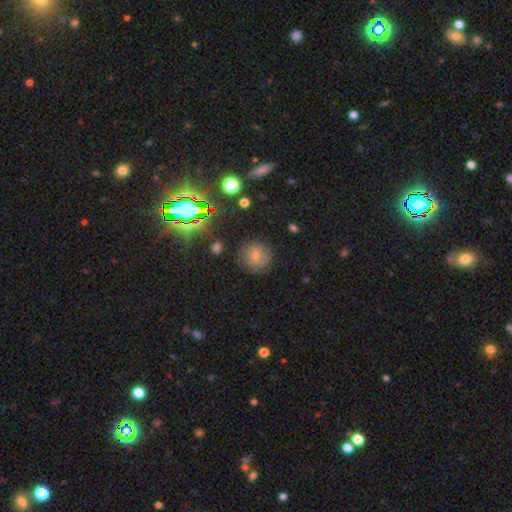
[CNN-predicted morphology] This is likely a smooth galaxy (66%). How rounded: clearly round (90%). Merging: likely none (79%).